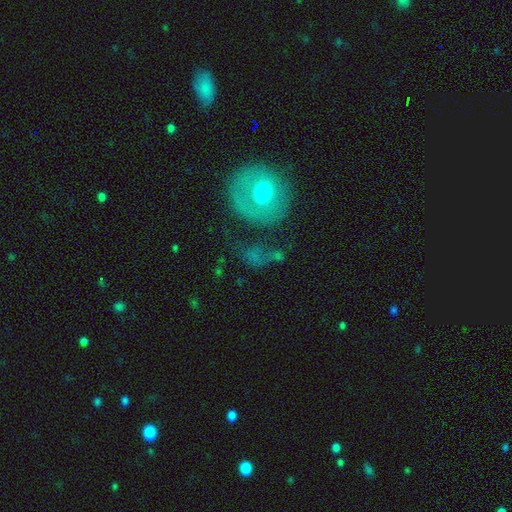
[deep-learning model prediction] This is possibly a smooth galaxy (45%). Merging: possibly none (45%).